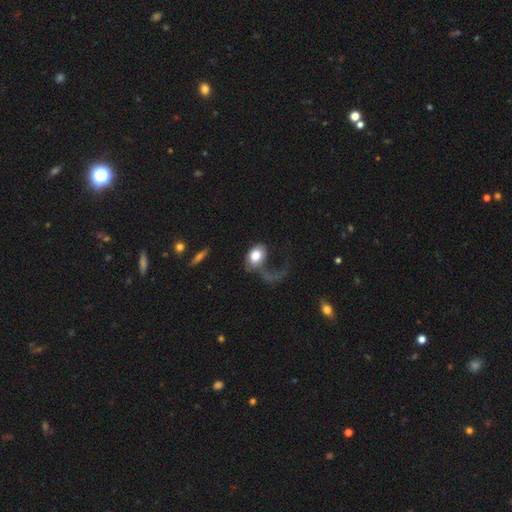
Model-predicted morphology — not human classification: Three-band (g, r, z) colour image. It shows a smooth galaxy with no disk features (64%) that is in between round and cigar-shaped (62%). Merging: major disturbance (64%).